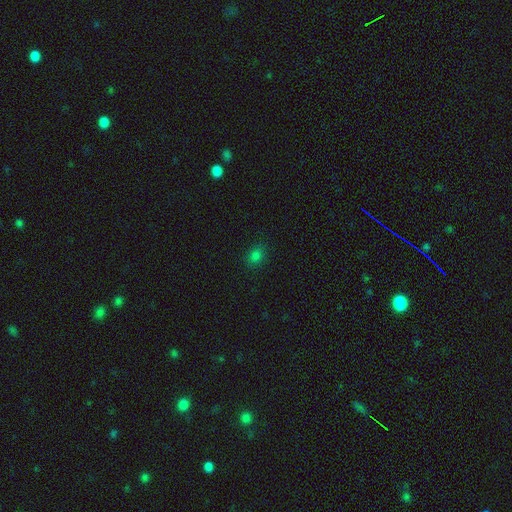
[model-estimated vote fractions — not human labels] smooth 78%, star or artifact 17%, featured or disk 5%. Down the decision tree: how rounded — in between (61%); merging — none (85%).